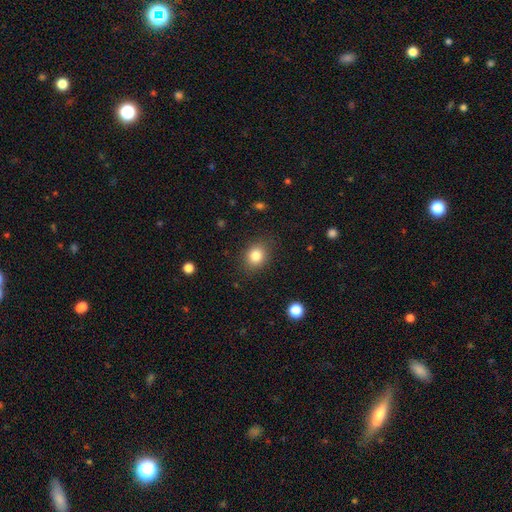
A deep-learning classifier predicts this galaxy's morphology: This is clearly a smooth galaxy (83%). How rounded: possibly round (60%). Merging: clearly none (85%).